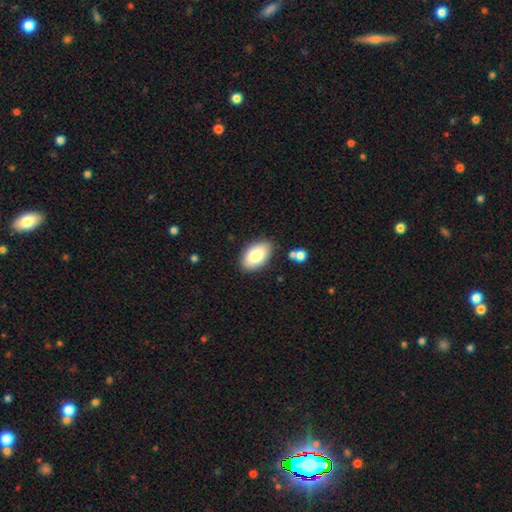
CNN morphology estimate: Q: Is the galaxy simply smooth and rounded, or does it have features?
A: smooth — 80%.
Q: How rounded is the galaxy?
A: in between — 93%.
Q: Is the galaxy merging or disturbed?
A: none — 85%.